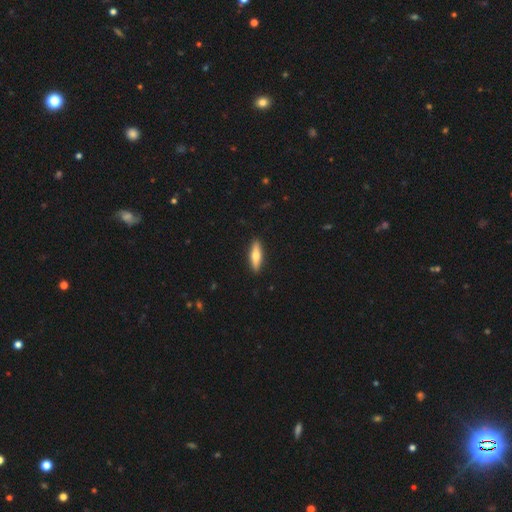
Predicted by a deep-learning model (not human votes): Smooth or featured? smooth (57%)
How rounded? cigar-shaped (62%)
Merging? none (90%)